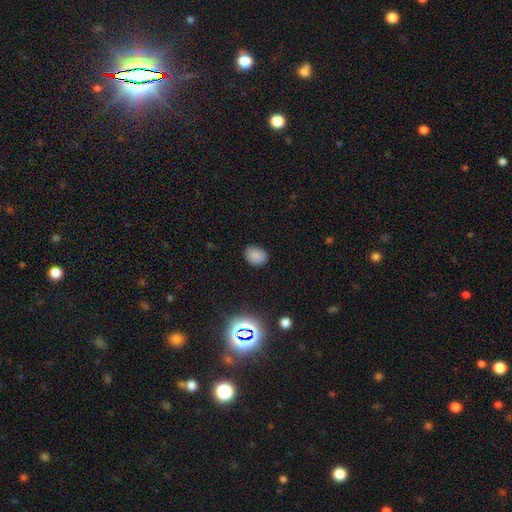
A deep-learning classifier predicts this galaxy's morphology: The model was most divided on "how rounded": in between: 62%, round: 37%, cigar-shaped: 1%. More confident: merging — none (86%); smooth or featured — smooth (83%).